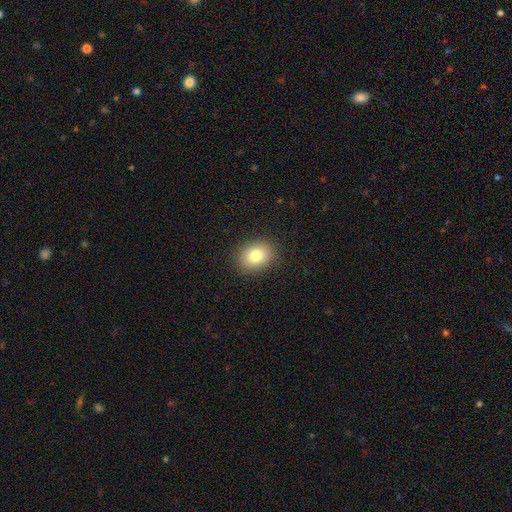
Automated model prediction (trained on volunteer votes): A smooth galaxy with no disk features (82%) that is in between round and cigar-shaped (55%).

Vote fractions:
- Smooth or featured? smooth: 82% / star or artifact: 10% / featured or disk: 9%
- How rounded? in between: 55% / round: 44% / cigar-shaped: 1%
- Merging? none: 89% / minor disturbance: 8% / major disturbance: 2% / merger: 1%